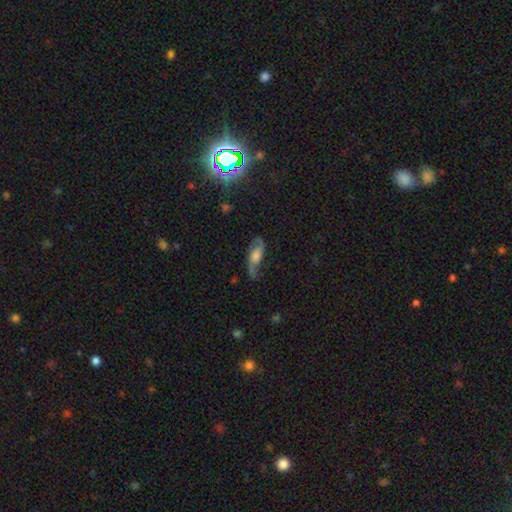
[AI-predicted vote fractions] Morphology: type=featured or disk (60%); edge-on=no (82%); merging=none (57%).